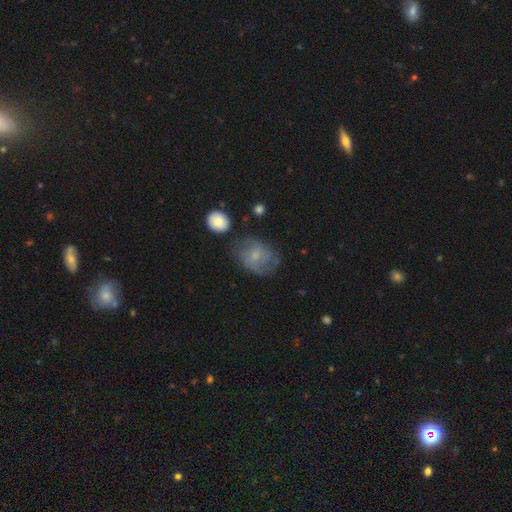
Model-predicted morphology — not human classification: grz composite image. It shows a featured or disk galaxy (49%). Merging: none (54%).